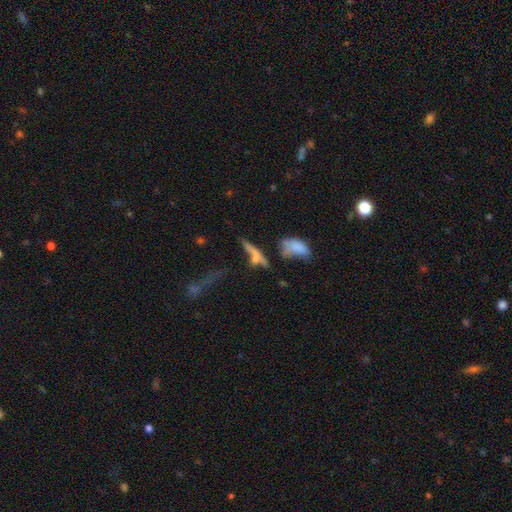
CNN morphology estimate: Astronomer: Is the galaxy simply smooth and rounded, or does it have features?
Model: smooth — 49% (runner-up: featured or disk, 38%).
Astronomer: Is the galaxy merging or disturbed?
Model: none — 40% (runner-up: merger, 29%).